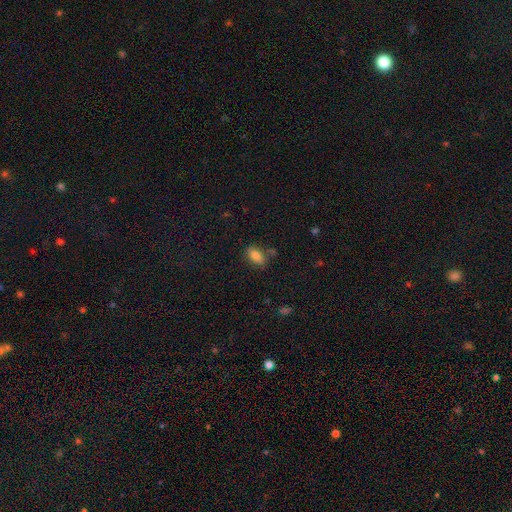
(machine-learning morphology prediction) type=smooth (83%); roundness=in between (88%); merging=none (76%).